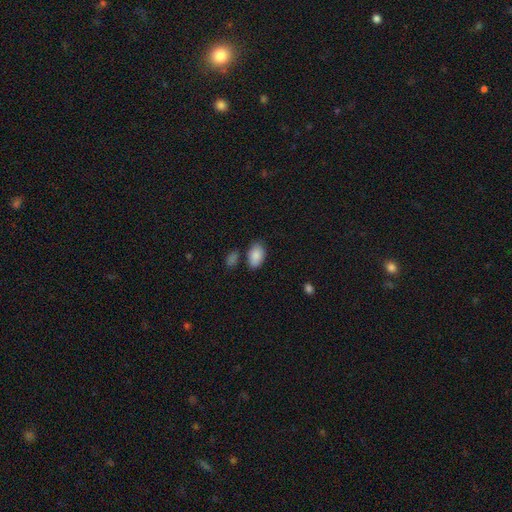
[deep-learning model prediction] Overall: smooth (87%). How rounded: in between (92%). Merging: none (72%).